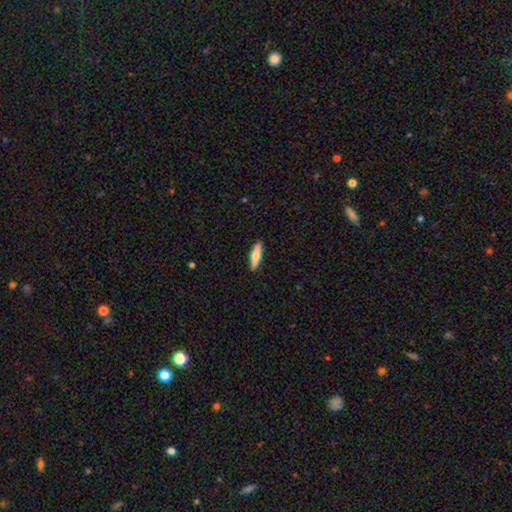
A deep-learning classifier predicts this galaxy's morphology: smooth 59%, featured or disk 35%, star or artifact 5%. Down the decision tree: how rounded — cigar-shaped (72%); merging — none (91%).